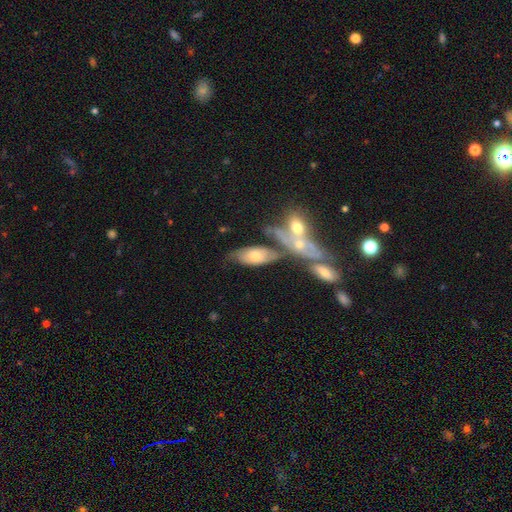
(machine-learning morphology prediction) type=smooth (52%); roundness=in between (86%); merging=none (39%).